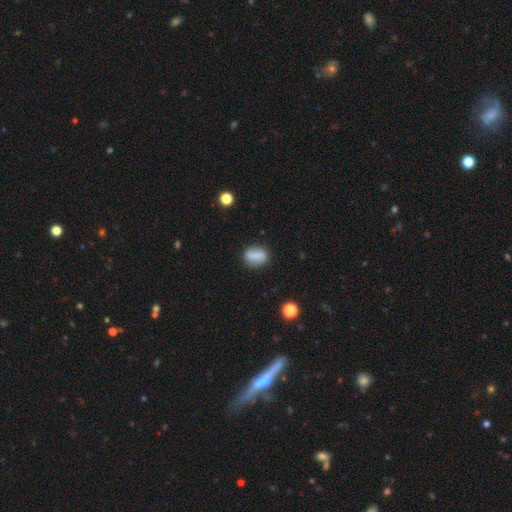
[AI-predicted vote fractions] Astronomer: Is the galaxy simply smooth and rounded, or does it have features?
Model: smooth — 78%.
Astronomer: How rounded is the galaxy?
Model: in between — 70%.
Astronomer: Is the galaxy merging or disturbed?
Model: none — 79%.